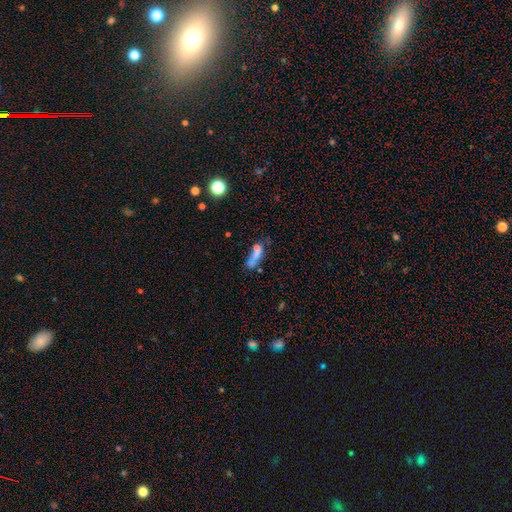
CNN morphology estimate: A smooth galaxy with no disk features (56%) that is in between round and cigar-shaped (60%).

Vote fractions:
- Smooth or featured? smooth: 56% / featured or disk: 28% / star or artifact: 16%
- How rounded? in between: 60% / cigar-shaped: 32% / round: 8%
- Merging? merger: 36% / none: 27% / major disturbance: 21% / minor disturbance: 16%